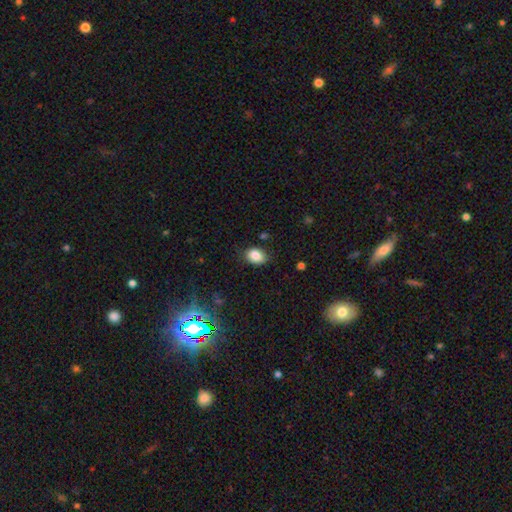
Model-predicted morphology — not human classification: smooth_or_featured: smooth (p=0.85) [alt: star or artifact p=0.09]
how_rounded: in between (p=0.72) [alt: round p=0.27]
merging: none (p=0.78) [alt: minor disturbance p=0.17]